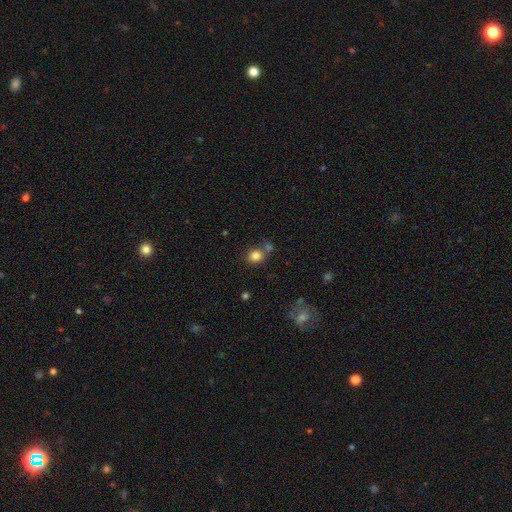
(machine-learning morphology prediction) Smooth or featured?
  - smooth: 83% *
  - star or artifact: 11%
  - featured or disk: 6%
How rounded?
  - round: 74% *
  - in between: 25%
  - cigar-shaped: 1%
Merging?
  - none: 65% *
  - merger: 19%
  - minor disturbance: 12%
  - major disturbance: 4%